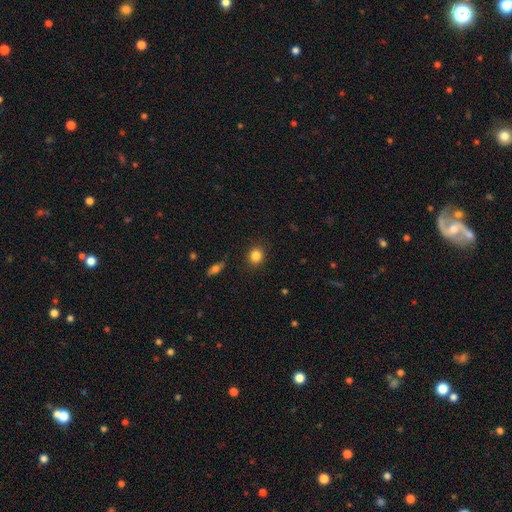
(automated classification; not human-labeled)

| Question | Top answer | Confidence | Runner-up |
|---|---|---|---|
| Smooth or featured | smooth | 85% | star or artifact (10%) |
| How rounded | round | 78% | in between (21%) |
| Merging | none | 89% | minor disturbance (8%) |